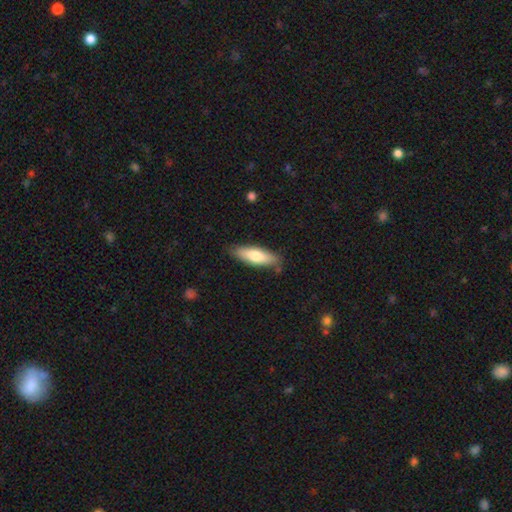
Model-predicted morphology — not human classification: Smooth or featured? Predicted: smooth (p=0.70). How rounded? Predicted: in between (p=0.52). Merging? Predicted: none (p=0.82).